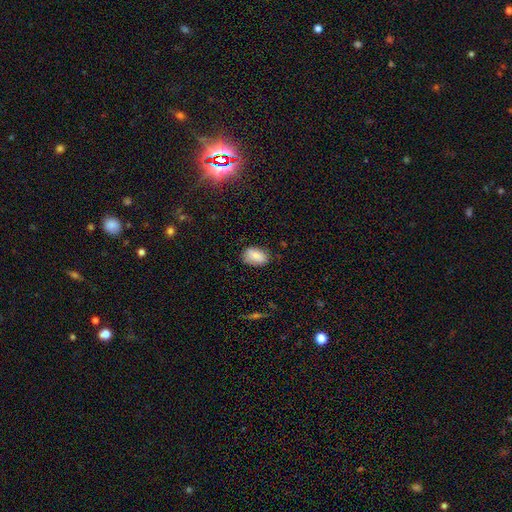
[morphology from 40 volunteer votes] Smooth or featured: smooth — 80% (featured or disk — 15%)
How rounded: in between — 88% (round — 12%)
Merging: none — 76% (minor disturbance — 18%)